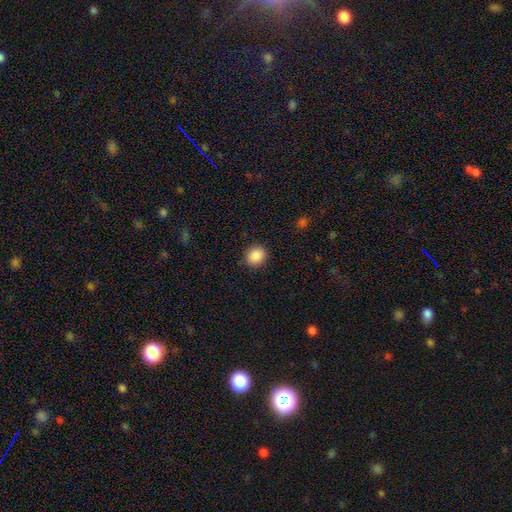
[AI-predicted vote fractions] This appears to be a smooth galaxy with no disk features (88%) that is round (69%). Merging: none (87%).